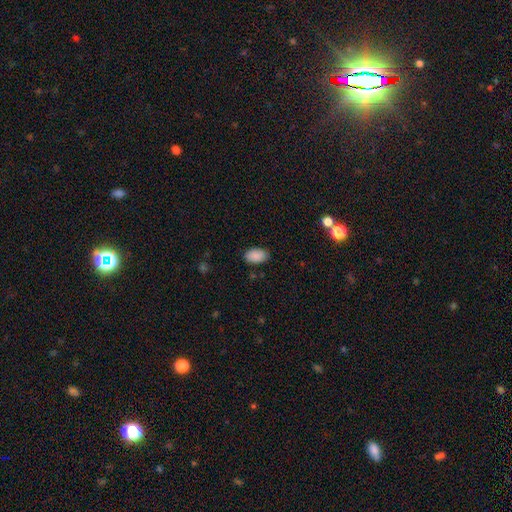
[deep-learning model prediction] smooth 89%, star or artifact 8%, featured or disk 4%. Down the decision tree: how rounded — in between (92%); merging — none (85%).